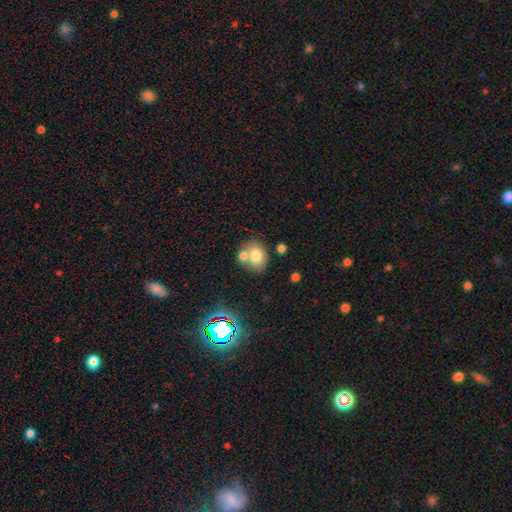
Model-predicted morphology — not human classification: A smooth galaxy with no disk features (73%) that is in between round and cigar-shaped (52%). Merging: none (44%).